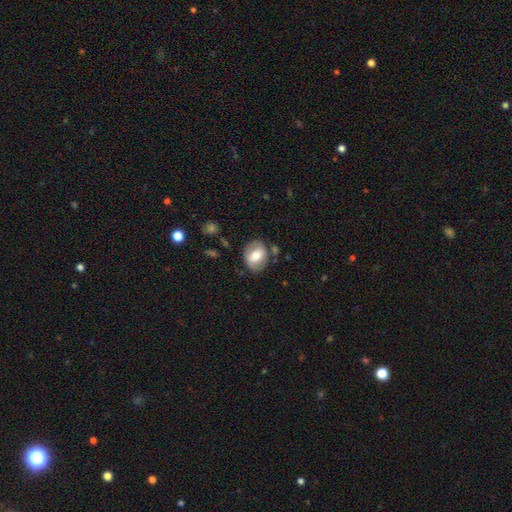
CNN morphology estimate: Overall: smooth (61%; featured or disk 31%). How rounded: round (51%; in between 48%). Merging: none (77%).